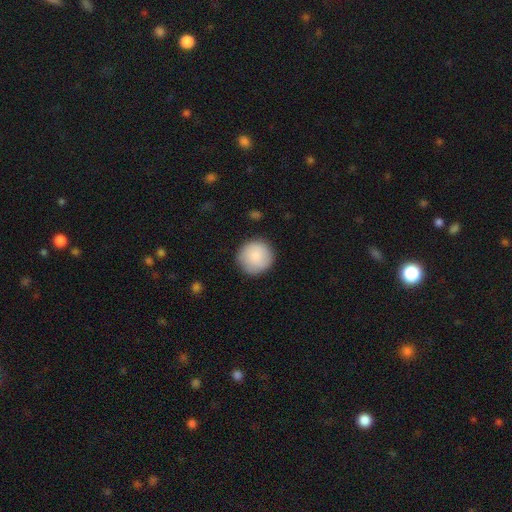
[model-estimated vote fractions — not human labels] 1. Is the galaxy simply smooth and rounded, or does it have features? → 85% smooth, 9% featured or disk, 6% star or artifact.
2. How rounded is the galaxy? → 95% round, 4% in between, 1% cigar-shaped.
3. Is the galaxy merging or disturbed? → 86% none, 10% minor disturbance, 2% major disturbance, 1% merger.